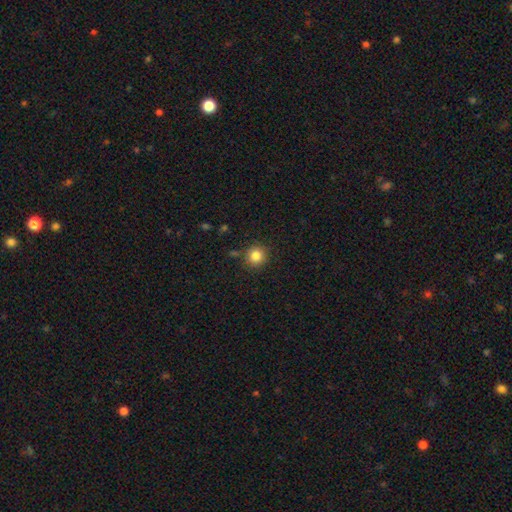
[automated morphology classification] Smooth or featured: smooth — 85% (star or artifact — 11%)
How rounded: round — 92% (in between — 7%)
Merging: none — 87% (minor disturbance — 8%)